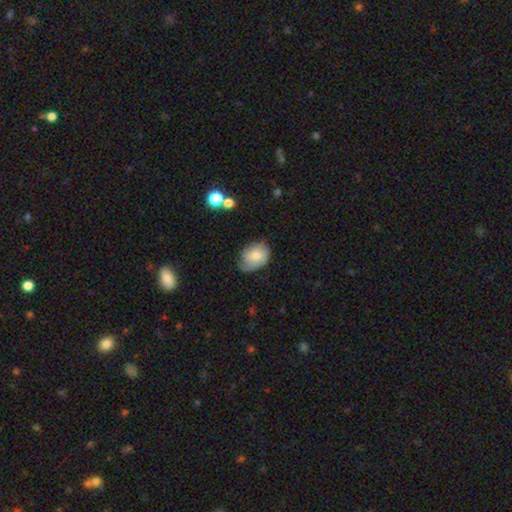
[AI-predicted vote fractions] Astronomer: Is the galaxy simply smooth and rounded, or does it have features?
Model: smooth — 63%.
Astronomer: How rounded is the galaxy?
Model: in between — 64%.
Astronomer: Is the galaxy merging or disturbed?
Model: none — 49% (runner-up: minor disturbance, 37%).